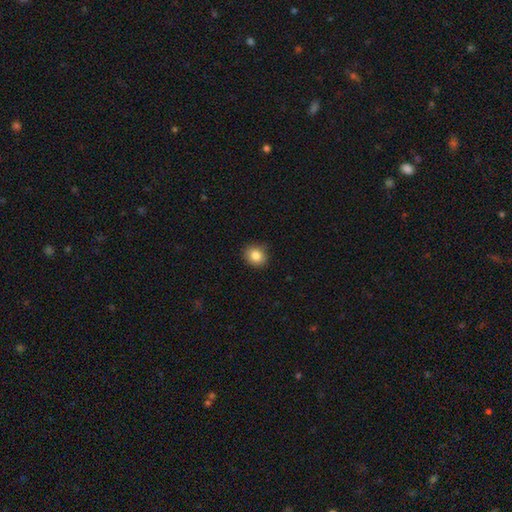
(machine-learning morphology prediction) Smooth or featured: smooth — 84% (star or artifact — 9%)
How rounded: round — 65% (in between — 34%)
Merging: none — 87% (minor disturbance — 10%)